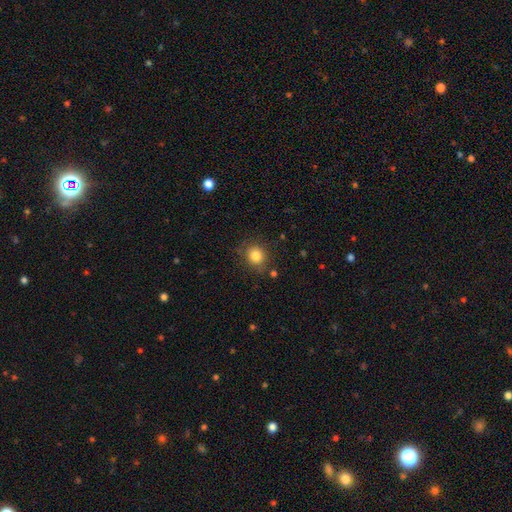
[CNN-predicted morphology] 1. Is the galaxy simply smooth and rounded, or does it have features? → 83% smooth, 11% star or artifact, 6% featured or disk.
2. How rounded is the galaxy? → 81% round, 18% in between, 1% cigar-shaped.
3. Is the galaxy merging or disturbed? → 81% none, 12% minor disturbance, 4% major disturbance, 3% merger.